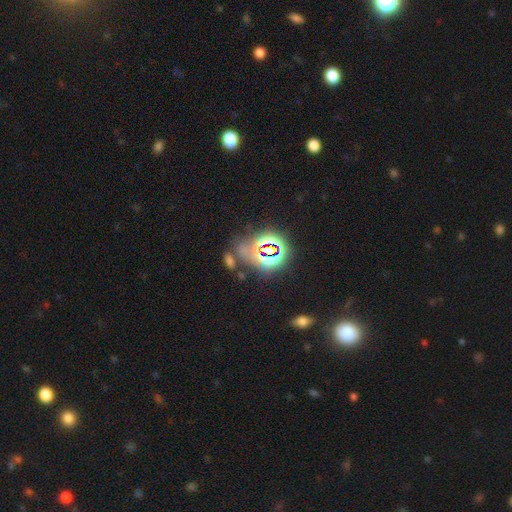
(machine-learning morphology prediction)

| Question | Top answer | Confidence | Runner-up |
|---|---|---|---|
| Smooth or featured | star or artifact | 74% | smooth (15%) |